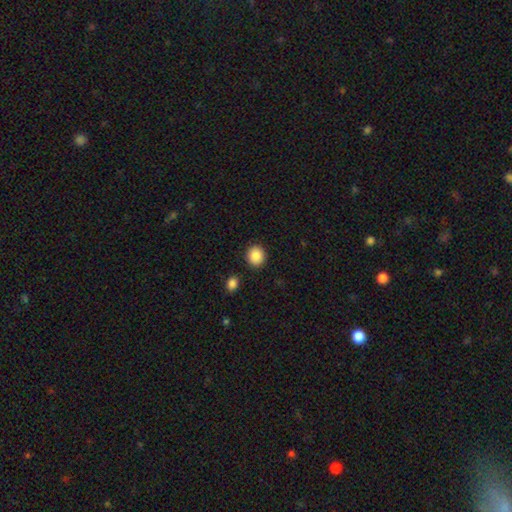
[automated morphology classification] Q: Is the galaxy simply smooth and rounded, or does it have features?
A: smooth — 89%.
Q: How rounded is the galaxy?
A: round — 81%.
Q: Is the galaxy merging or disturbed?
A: none — 89%.